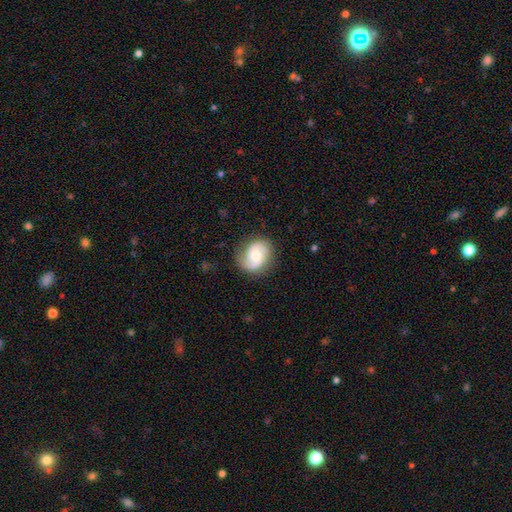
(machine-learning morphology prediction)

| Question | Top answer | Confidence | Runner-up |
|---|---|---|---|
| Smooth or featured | featured or disk | 71% | smooth (23%) |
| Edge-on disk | no | 98% | yes (2%) |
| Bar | no | 62% | weak (32%) |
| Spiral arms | yes | 94% | no (6%) |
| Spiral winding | medium | 47% | loose (30%) |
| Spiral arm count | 2 | 88% | can't tell (5%) |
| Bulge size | moderate | 63% | small (28%) |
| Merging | none | 79% | minor disturbance (15%) |